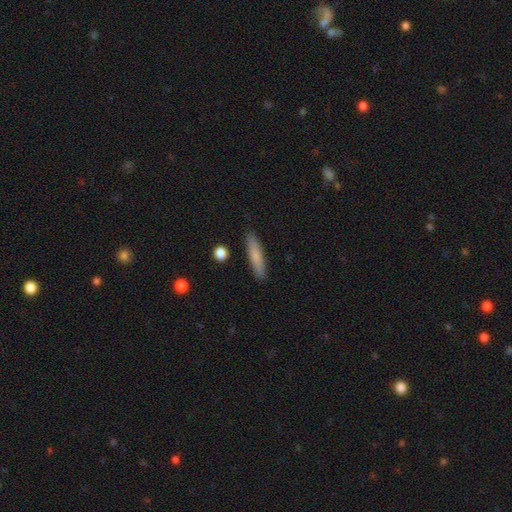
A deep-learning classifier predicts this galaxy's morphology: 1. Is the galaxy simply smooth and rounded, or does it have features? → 77% smooth, 17% featured or disk, 6% star or artifact.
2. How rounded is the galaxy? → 82% cigar-shaped, 16% in between, 2% round.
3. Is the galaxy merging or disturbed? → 89% none, 8% minor disturbance, 2% major disturbance, 2% merger.